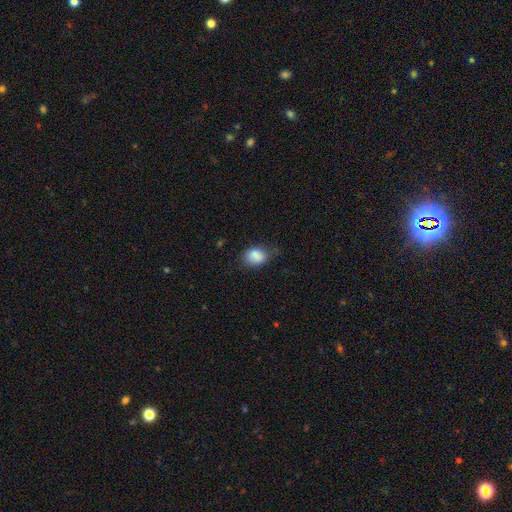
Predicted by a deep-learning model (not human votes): Morphology: type=smooth (84%); roundness=in between (65%); merging=none (57%).